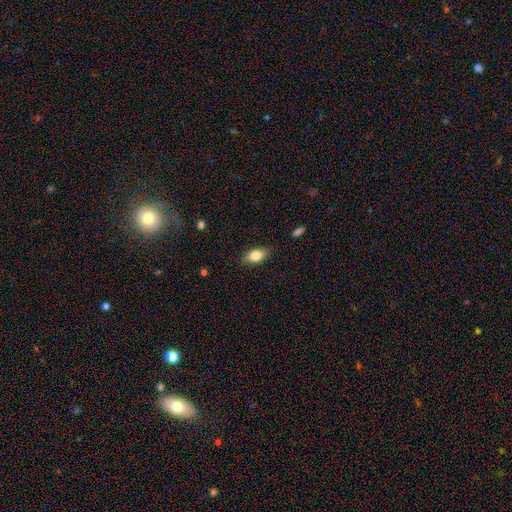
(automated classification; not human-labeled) Smooth or featured: smooth — 80% (featured or disk — 12%)
How rounded: in between — 87% (cigar-shaped — 8%)
Merging: none — 85% (minor disturbance — 11%)